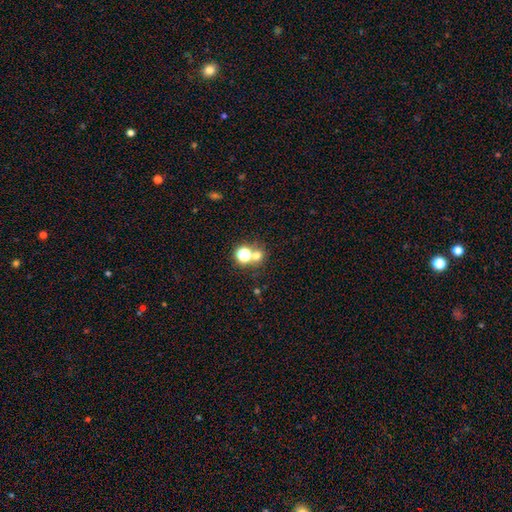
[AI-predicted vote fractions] smooth-or-featured: smooth: 64% | star or artifact: 27% | featured or disk: 9%
  how-rounded: round: 84% | in between: 15% | cigar-shaped: 1%
  merging: none: 58% | merger: 32% | minor disturbance: 7% | major disturbance: 4%